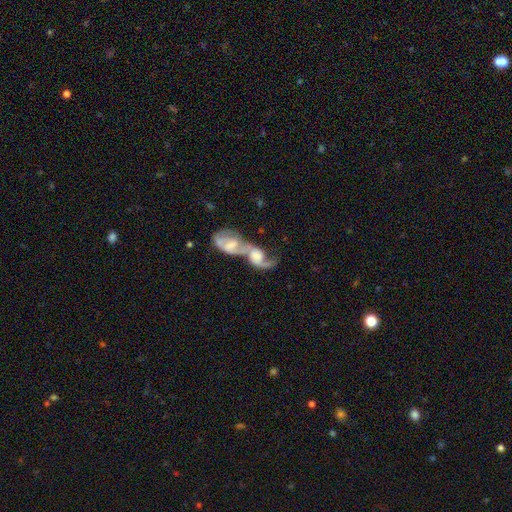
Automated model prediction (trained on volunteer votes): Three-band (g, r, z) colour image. It shows a featured or disk galaxy (69%) with no bar (58%), 2 (62%) loose (49%) spiral arms (81%) and a moderate central bulge (34%). Merging: merger (80%).